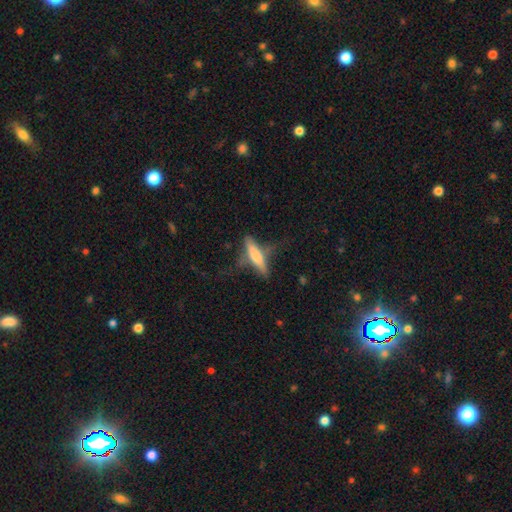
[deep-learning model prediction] Overall: smooth (53%; featured or disk 40%). How rounded: cigar-shaped (80%). Merging: none (59%; minor disturbance 24%).